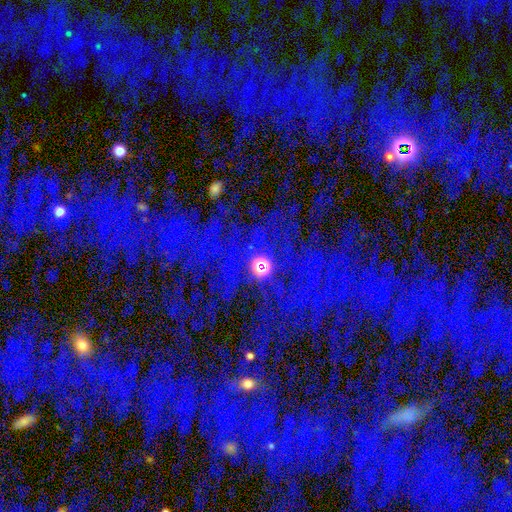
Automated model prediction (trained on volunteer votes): A star or artifact, not a galaxy (79%).

Vote fractions:
- Smooth or featured? star or artifact: 79% / featured or disk: 11% / smooth: 10%